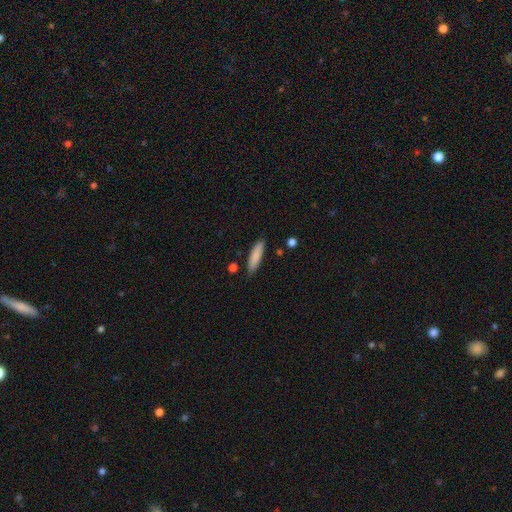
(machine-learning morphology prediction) Smooth or featured?
  - smooth: 85% *
  - featured or disk: 9%
  - star or artifact: 6%
How rounded?
  - cigar-shaped: 69% *
  - in between: 30%
  - round: 2%
Merging?
  - none: 84% *
  - minor disturbance: 12%
  - merger: 2%
  - major disturbance: 2%